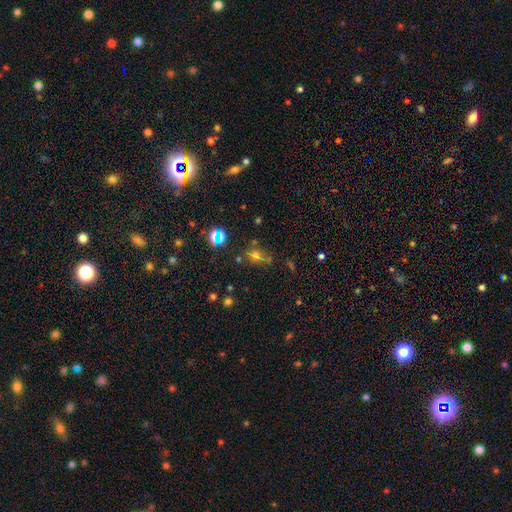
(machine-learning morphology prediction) Overall: smooth (55%; star or artifact 35%). How rounded: round (67%; in between 31%). Merging: none (64%).